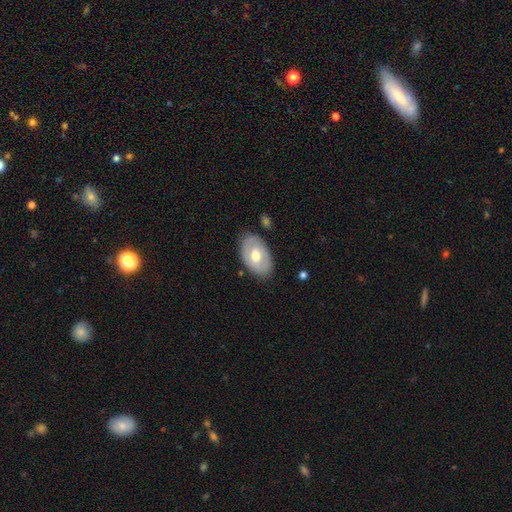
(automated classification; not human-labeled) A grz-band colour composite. It shows a featured or disk galaxy (49%). Merging: none (80%).